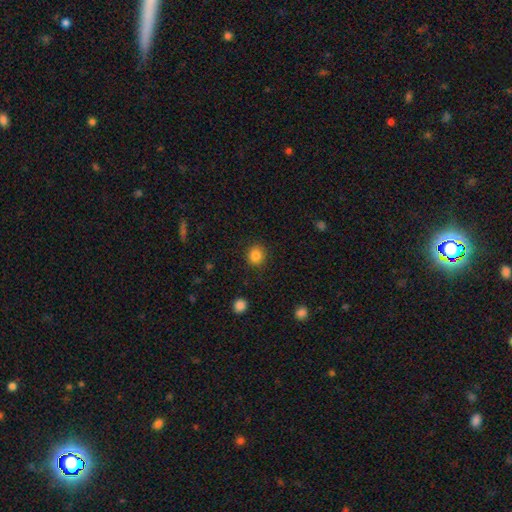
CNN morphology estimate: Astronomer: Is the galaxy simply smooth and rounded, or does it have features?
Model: smooth — 86%.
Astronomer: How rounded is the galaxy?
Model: round — 84%.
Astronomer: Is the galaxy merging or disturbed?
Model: none — 88%.